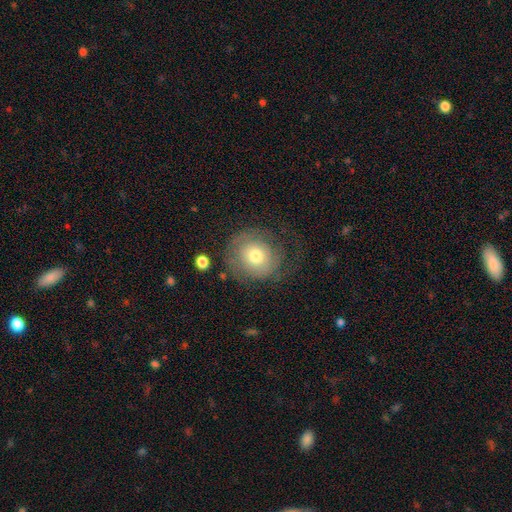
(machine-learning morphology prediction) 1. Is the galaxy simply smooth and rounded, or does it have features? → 55% smooth, 36% featured or disk, 9% star or artifact.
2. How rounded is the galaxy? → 86% round, 13% in between, 1% cigar-shaped.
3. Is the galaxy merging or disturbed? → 58% none, 21% major disturbance, 19% minor disturbance, 2% merger.